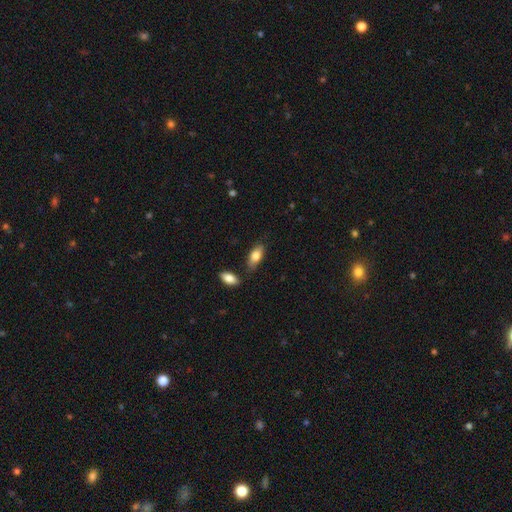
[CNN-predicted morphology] smooth-or-featured: smooth: 78% | featured or disk: 16% | star or artifact: 6%
  how-rounded: in between: 84% | cigar-shaped: 13% | round: 3%
  merging: none: 75% | minor disturbance: 15% | merger: 7% | major disturbance: 3%